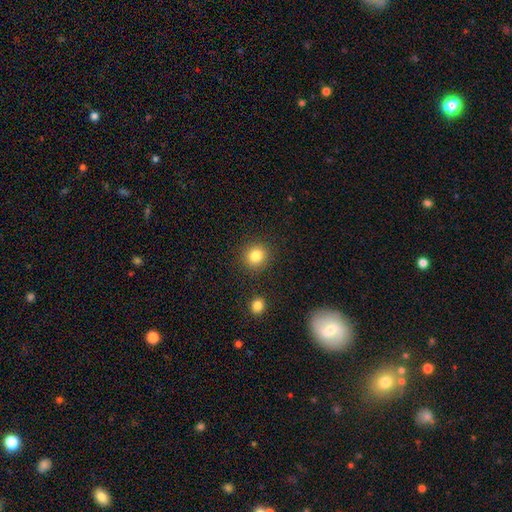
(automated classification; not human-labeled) Smooth or featured? smooth (83%)
How rounded? round (90%)
Merging? none (89%)